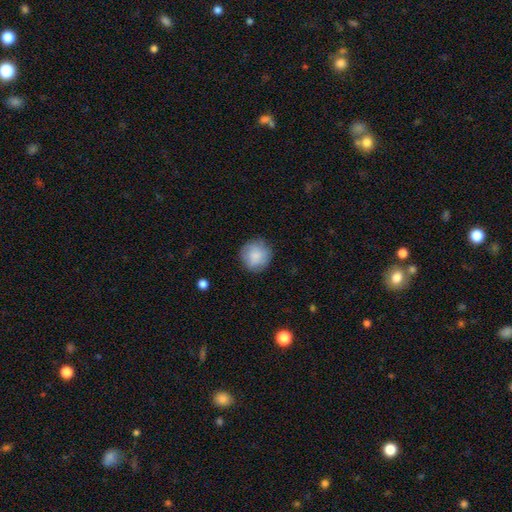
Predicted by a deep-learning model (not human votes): A smooth galaxy with no disk features (83%) that is round (93%). Merging: none (85%).